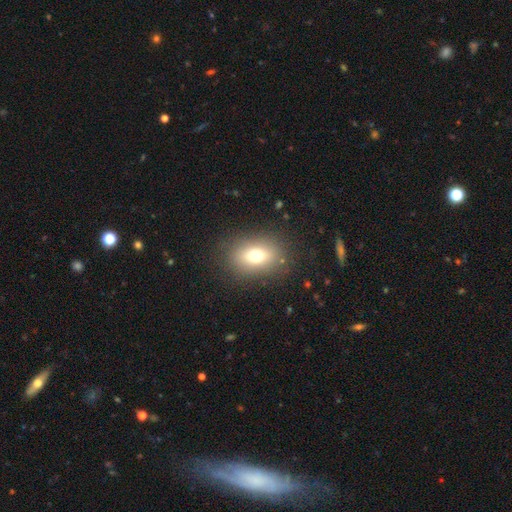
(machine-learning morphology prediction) Overall: smooth (71%). How rounded: in between (69%; round 29%). Merging: none (85%).